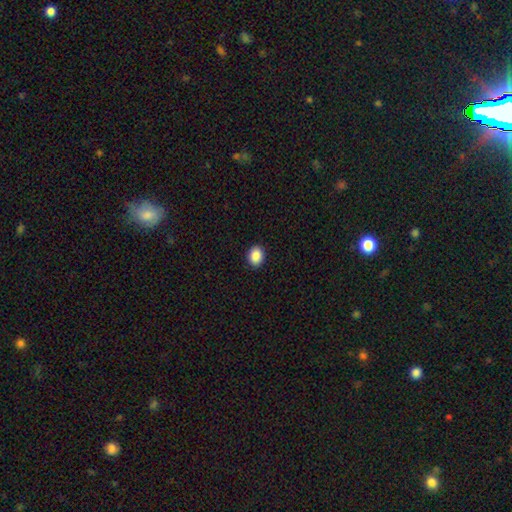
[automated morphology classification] Smooth or featured?
  - smooth: 89% *
  - star or artifact: 8%
  - featured or disk: 3%
How rounded?
  - in between: 56% *
  - round: 43%
  - cigar-shaped: 1%
Merging?
  - none: 91% *
  - minor disturbance: 6%
  - major disturbance: 2%
  - merger: 1%